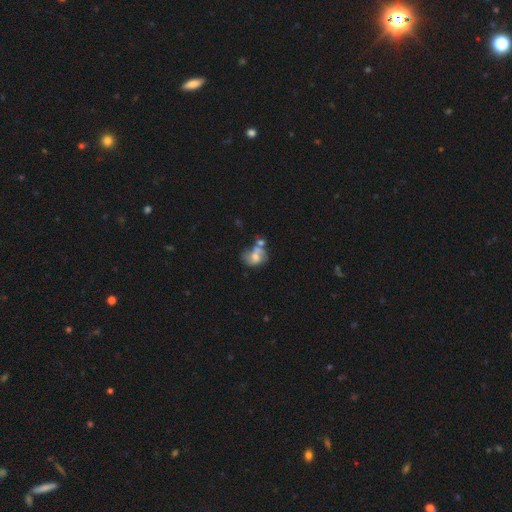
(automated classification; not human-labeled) A smooth galaxy with no disk features (49%). Merging: merger (38%).